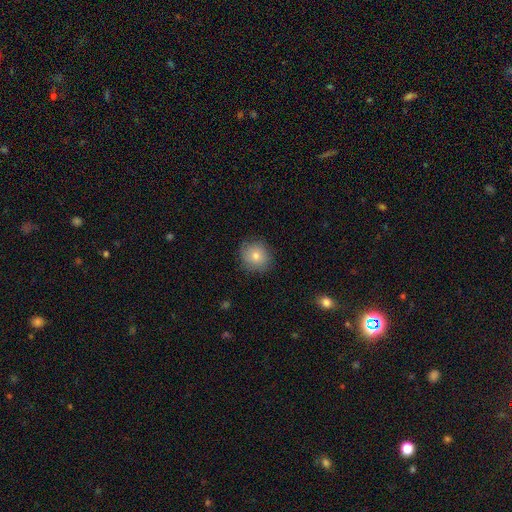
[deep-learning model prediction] Smooth or featured?
  - smooth: 77% *
  - featured or disk: 13%
  - star or artifact: 10%
How rounded?
  - round: 83% *
  - in between: 16%
  - cigar-shaped: 1%
Merging?
  - none: 82% *
  - minor disturbance: 14%
  - major disturbance: 3%
  - merger: 1%